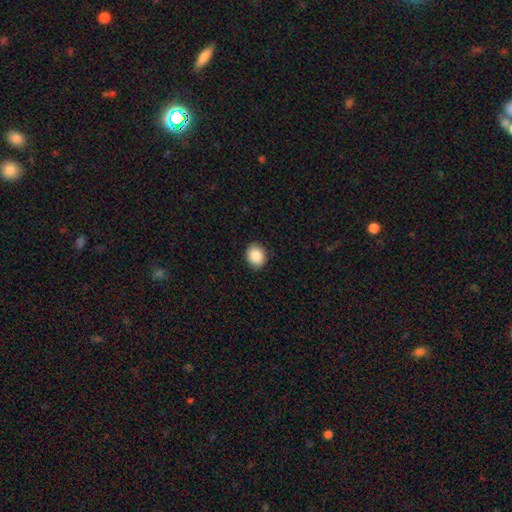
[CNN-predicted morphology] Smooth or featured? Predicted: smooth (p=0.88). How rounded? Predicted: round (p=0.57). Merging? Predicted: none (p=0.89).